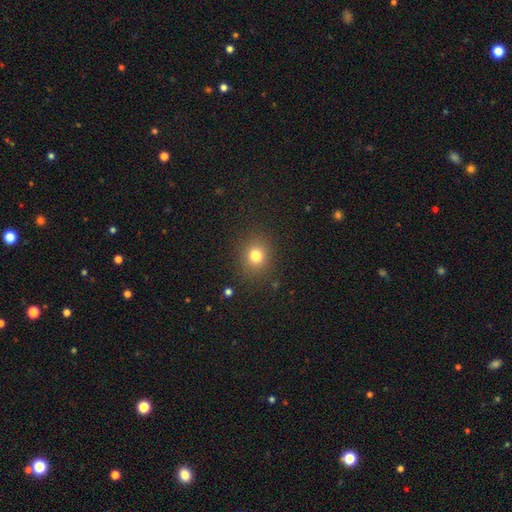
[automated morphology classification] smooth_or_featured: smooth (p=0.79) [alt: star or artifact p=0.14]
how_rounded: round (p=0.74) [alt: in between p=0.25]
merging: none (p=0.86) [alt: minor disturbance p=0.09]